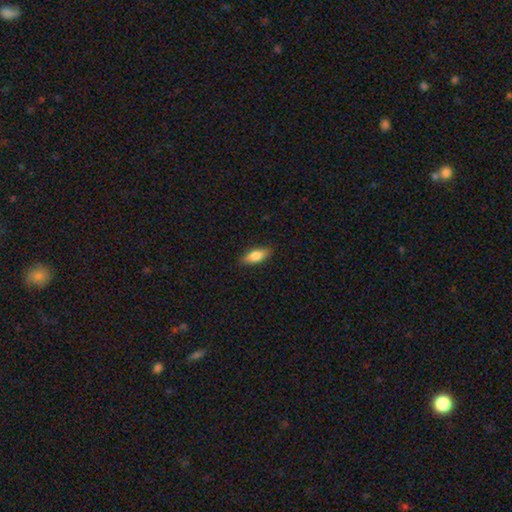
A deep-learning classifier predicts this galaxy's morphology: smooth-or-featured: smooth: 76% | featured or disk: 18% | star or artifact: 6%
  how-rounded: in between: 74% | cigar-shaped: 23% | round: 3%
  merging: none: 86% | minor disturbance: 11% | major disturbance: 2% | merger: 1%